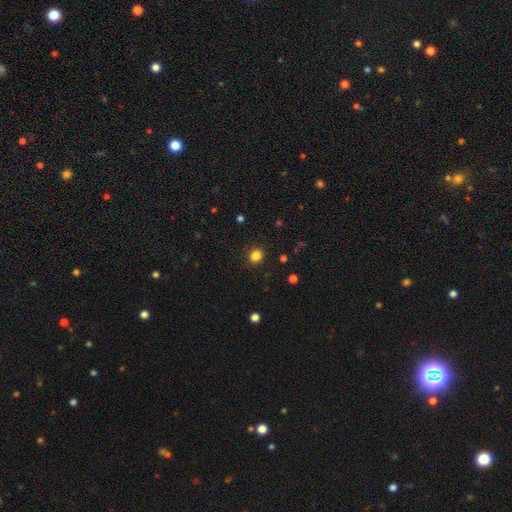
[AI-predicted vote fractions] Smooth or featured? Predicted: smooth (p=0.84). How rounded? Predicted: round (p=0.83). Merging? Predicted: none (p=0.90).